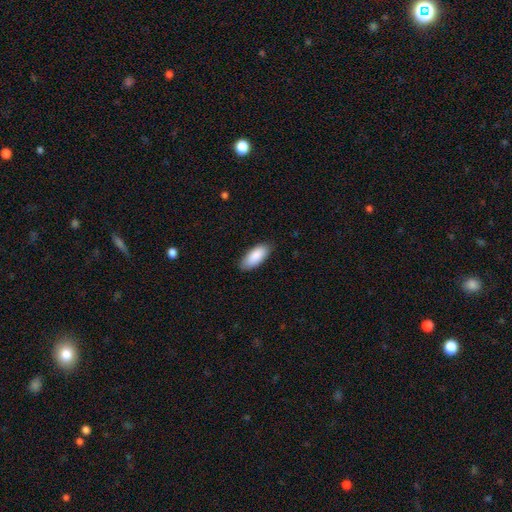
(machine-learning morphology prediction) The model was most divided on "merging": none: 85%, minor disturbance: 12%, major disturbance: 2%, merger: 1%. More confident: smooth or featured — smooth (89%); how rounded — in between (89%).